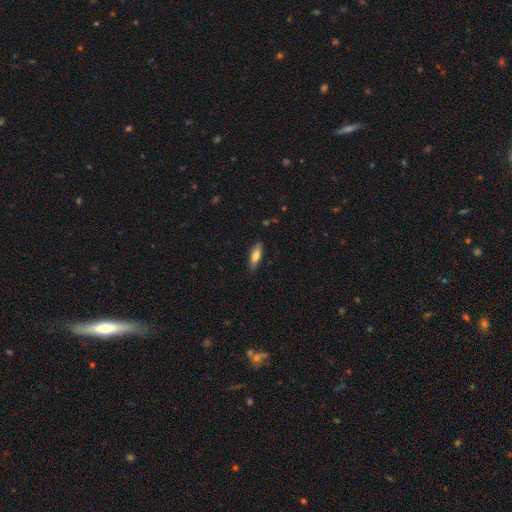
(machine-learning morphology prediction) smooth 74%, featured or disk 19%, star or artifact 6%. Down the decision tree: how rounded — in between (58%); merging — none (83%).